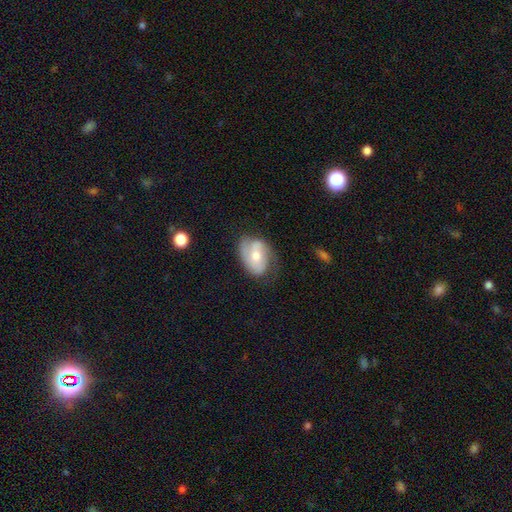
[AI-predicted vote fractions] The model was most divided on "bar": no: 53%, weak: 35%, strong: 12%. More confident: edge-on disk — no (95%); spiral arms — yes (81%); bulge size — moderate (62%); smooth or featured — featured or disk (56%); merging — none (55%).